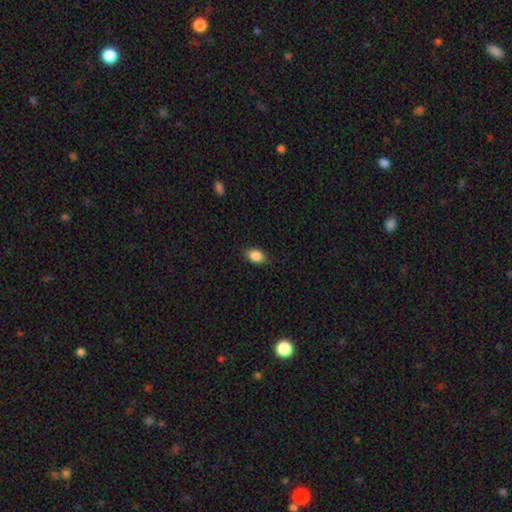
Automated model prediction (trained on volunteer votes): The model was most divided on "how rounded": in between: 80%, round: 18%, cigar-shaped: 2%. More confident: smooth or featured — smooth (88%); merging — none (85%).